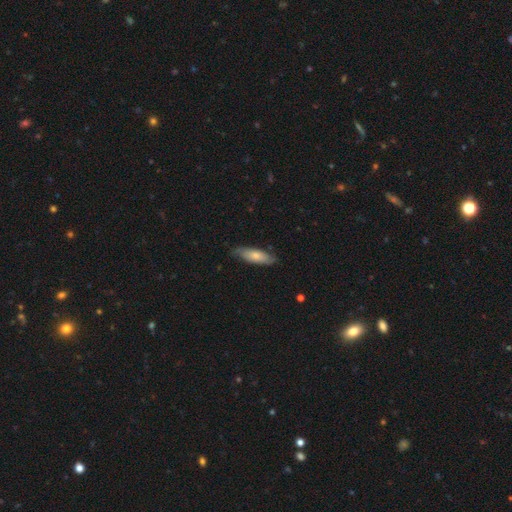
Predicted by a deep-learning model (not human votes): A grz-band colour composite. It shows a smooth galaxy with no disk features (68%) that is in between round and cigar-shaped (55%). Merging: none (75%).